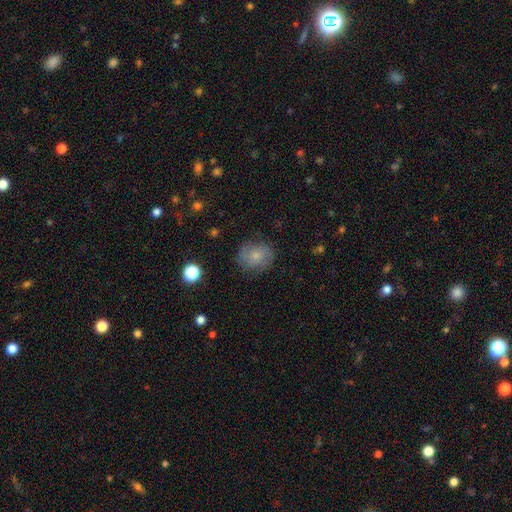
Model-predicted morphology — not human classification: This is likely a smooth galaxy (61%). How rounded: likely round (62%). Merging: likely none (76%).